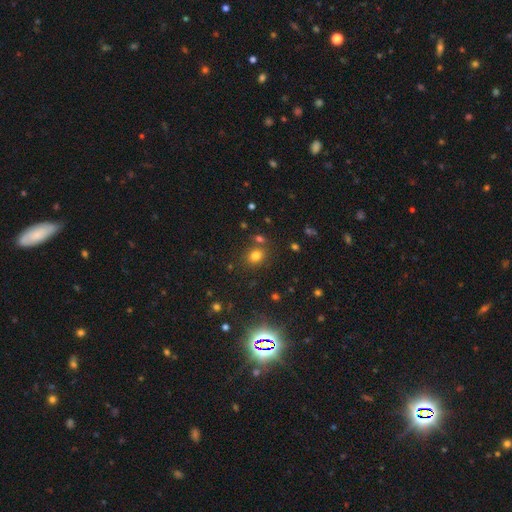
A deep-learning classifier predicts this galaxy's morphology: Smooth or featured: smooth — 75% (star or artifact — 17%)
How rounded: round — 62% (in between — 37%)
Merging: none — 75% (merger — 11%)